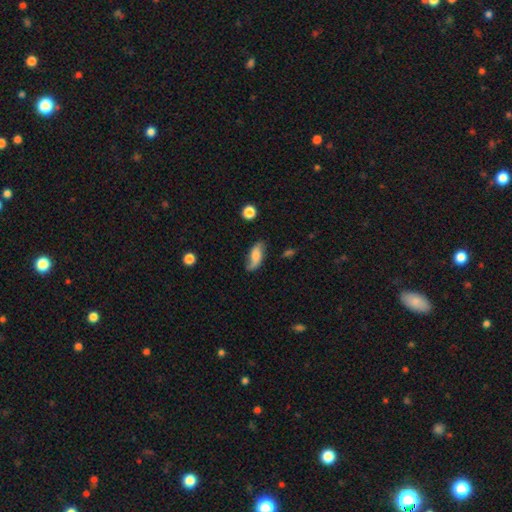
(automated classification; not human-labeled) A smooth galaxy with no disk features (53%) that is in between round and cigar-shaped (79%). Merging: none (62%).